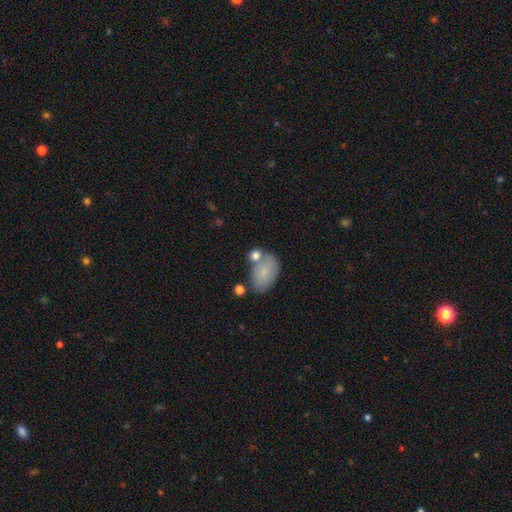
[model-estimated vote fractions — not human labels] Q: Smooth or featured?
A: smooth (76%); runner-up: featured or disk (16%)
Q: How rounded?
A: in between (70%); runner-up: round (28%)
Q: Merging?
A: none (47%); runner-up: merger (28%)